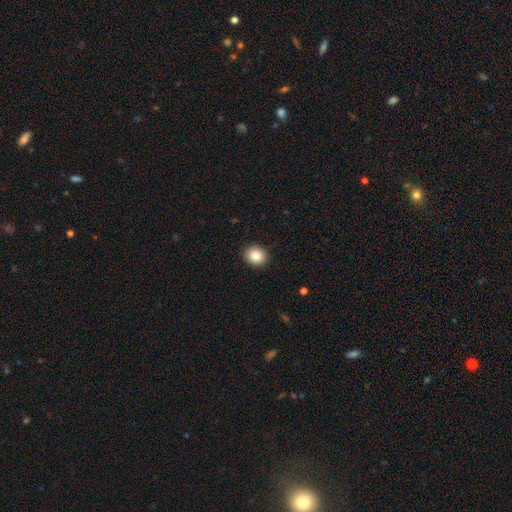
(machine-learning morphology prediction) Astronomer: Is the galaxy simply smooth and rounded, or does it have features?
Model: smooth — 85%.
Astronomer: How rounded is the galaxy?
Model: round — 74%.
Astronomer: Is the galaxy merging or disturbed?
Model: none — 91%.